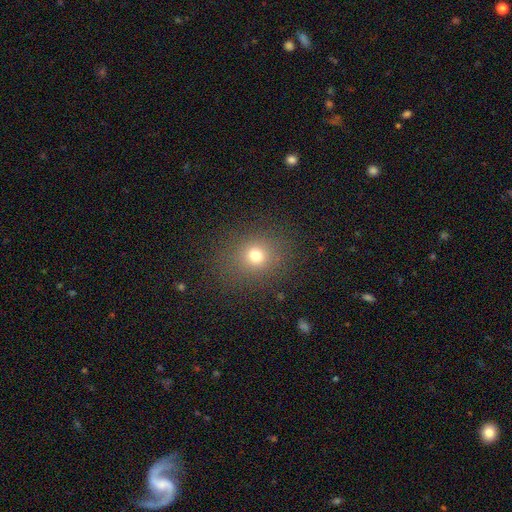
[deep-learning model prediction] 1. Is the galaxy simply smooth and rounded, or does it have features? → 73% smooth, 19% star or artifact, 8% featured or disk.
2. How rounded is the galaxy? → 79% round, 20% in between, 1% cigar-shaped.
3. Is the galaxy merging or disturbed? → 85% none, 9% minor disturbance, 5% major disturbance, 1% merger.